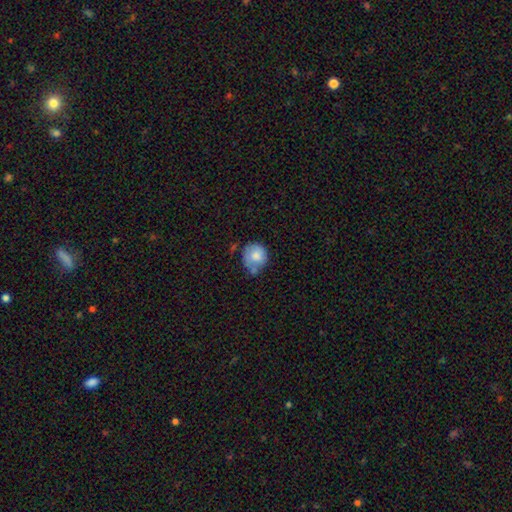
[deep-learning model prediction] Smooth or featured? smooth (74%)
How rounded? round (79%)
Merging? none (47%)